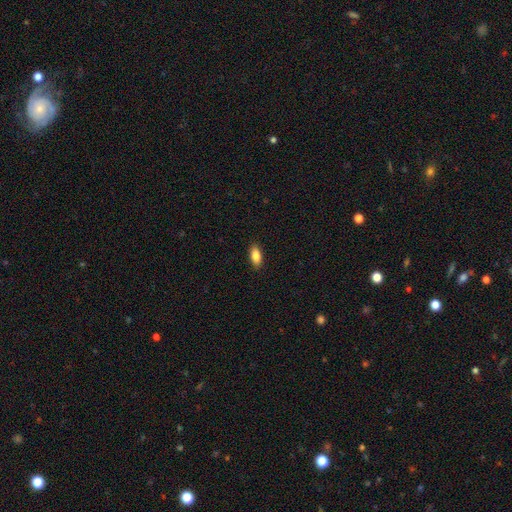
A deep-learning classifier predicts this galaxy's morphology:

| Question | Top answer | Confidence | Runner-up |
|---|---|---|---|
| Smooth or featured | smooth | 86% | star or artifact (7%) |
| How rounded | in between | 85% | cigar-shaped (12%) |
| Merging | none | 89% | minor disturbance (8%) |